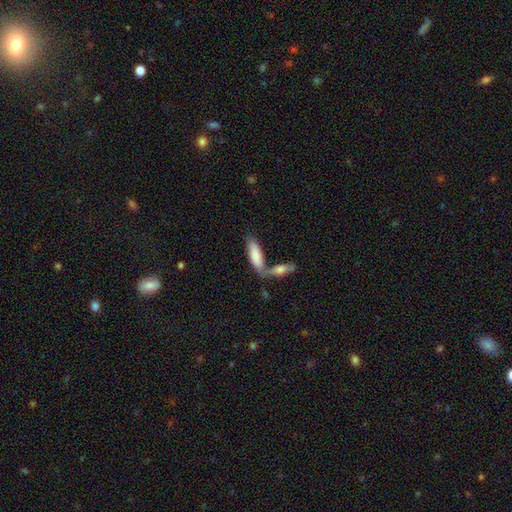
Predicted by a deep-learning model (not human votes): smooth_or_featured: smooth (p=0.81) [alt: featured or disk p=0.14]
how_rounded: in between (p=0.55) [alt: cigar-shaped p=0.43]
merging: merger (p=0.44) [alt: none p=0.40]